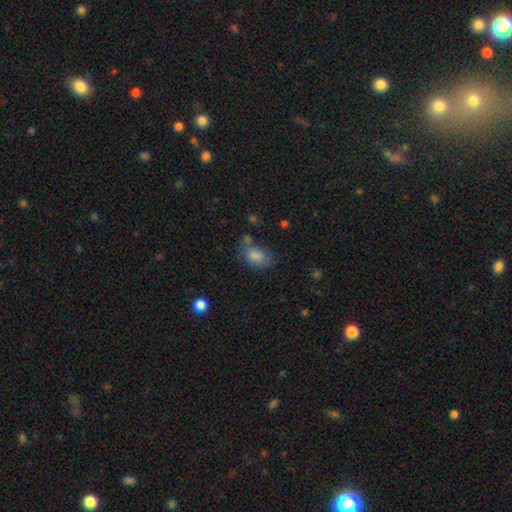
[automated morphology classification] This is clearly a smooth galaxy (80%). How rounded: clearly in between (83%). Merging: possibly none (49%).